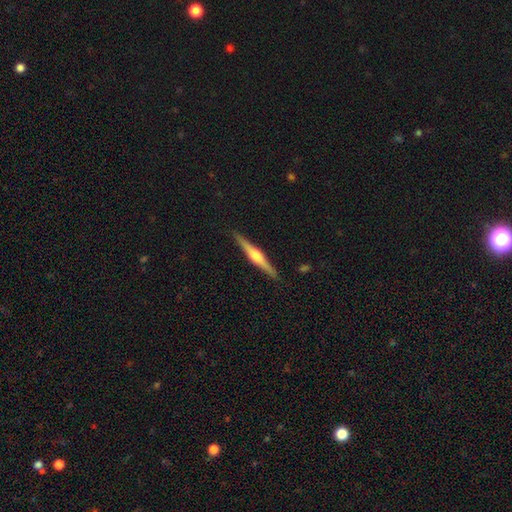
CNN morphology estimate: featured or disk 74%, smooth 20%, star or artifact 5%. Down the decision tree: edge-on disk — yes (98%); edge-on bulge — rounded (79%); merging — none (91%).